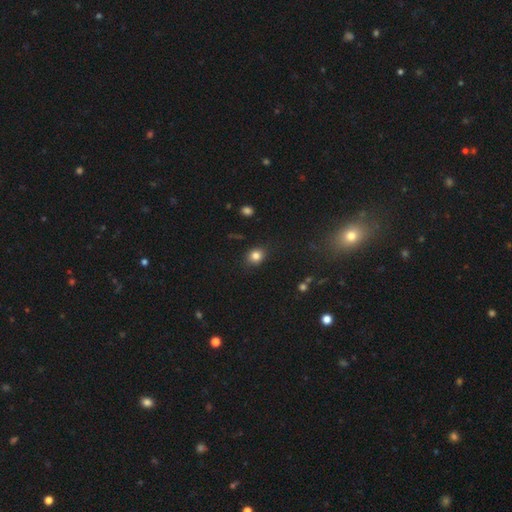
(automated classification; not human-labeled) This is clearly a smooth galaxy (82%). How rounded: likely round (64%). Merging: clearly none (85%).